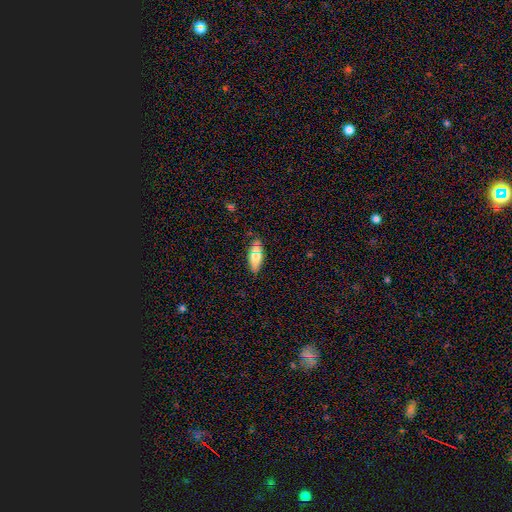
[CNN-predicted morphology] A smooth galaxy with no disk features (70%) that is in between round and cigar-shaped (72%). Merging: none (78%).